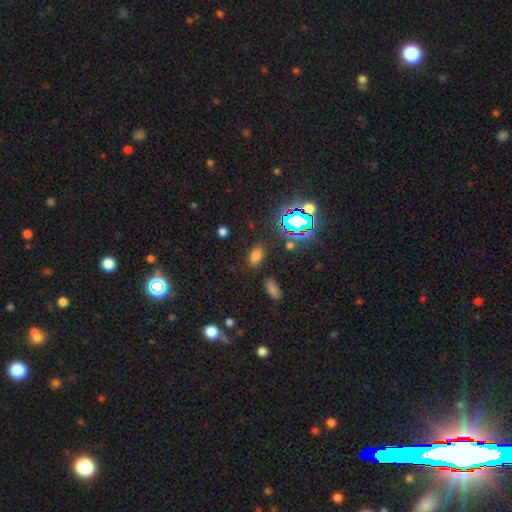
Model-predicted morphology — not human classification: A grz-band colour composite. It shows a smooth galaxy with no disk features (68%) that is in between round and cigar-shaped (87%). Merging: none (84%).